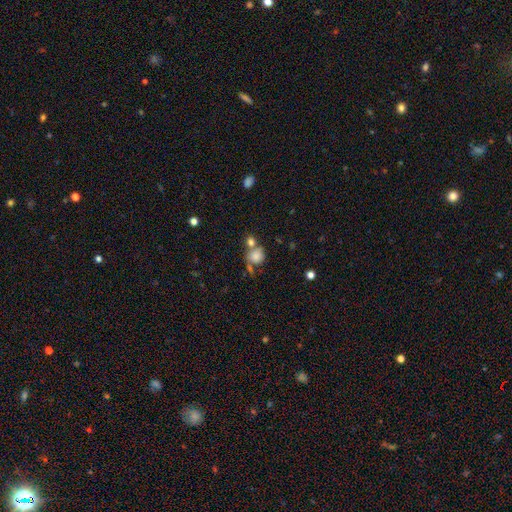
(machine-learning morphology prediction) A smooth galaxy with no disk features (80%) that is round (77%).

Vote fractions:
- Smooth or featured? smooth: 80% / star or artifact: 11% / featured or disk: 9%
- How rounded? round: 77% / in between: 22% / cigar-shaped: 1%
- Merging? none: 46% / merger: 34% / minor disturbance: 14% / major disturbance: 7%